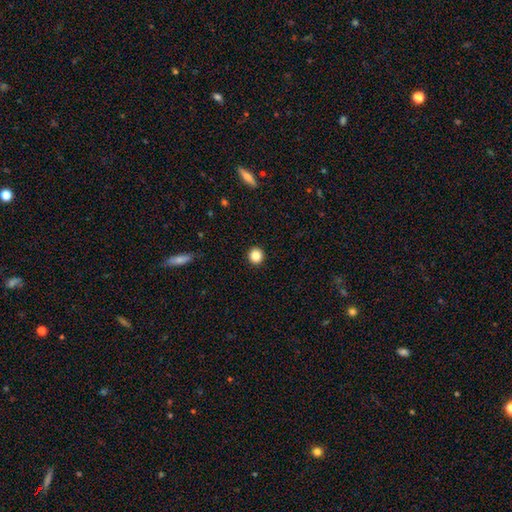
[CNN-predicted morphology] smooth_or_featured: smooth (p=0.85) [alt: star or artifact p=0.10]
how_rounded: round (p=0.93) [alt: in between p=0.06]
merging: none (p=0.93) [alt: minor disturbance p=0.04]